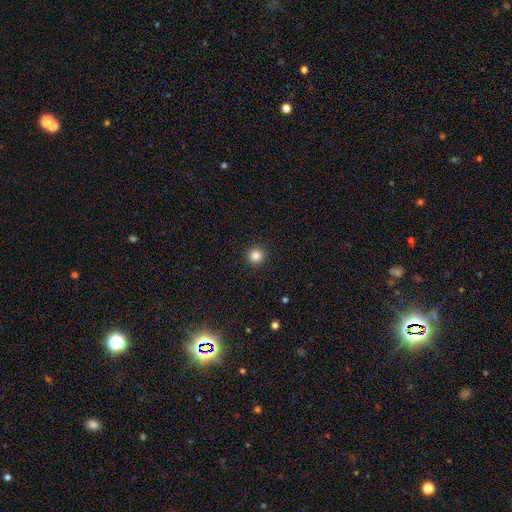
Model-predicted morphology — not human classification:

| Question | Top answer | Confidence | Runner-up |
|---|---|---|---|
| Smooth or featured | smooth | 85% | star or artifact (11%) |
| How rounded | round | 95% | in between (4%) |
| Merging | none | 93% | minor disturbance (4%) |